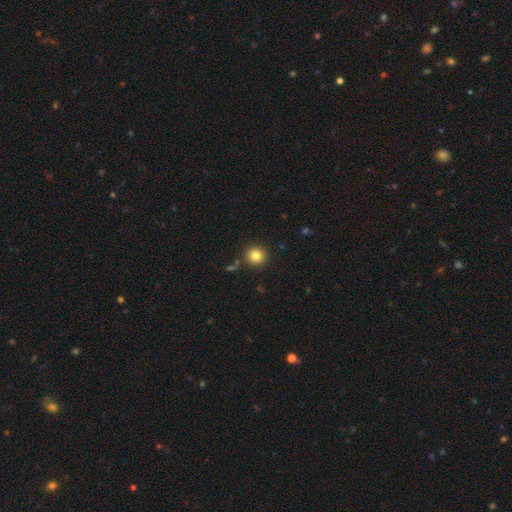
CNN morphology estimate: Overall: smooth (82%). How rounded: round (94%). Merging: none (89%).